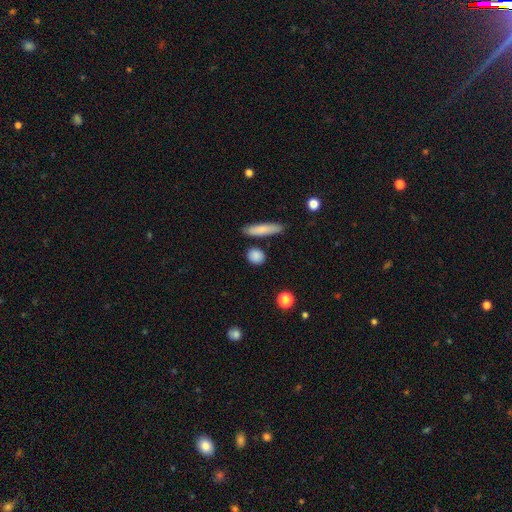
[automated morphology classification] Q: Smooth or featured?
A: smooth (86%); runner-up: star or artifact (8%)
Q: How rounded?
A: round (61%); runner-up: in between (28%)
Q: Merging?
A: none (84%); runner-up: minor disturbance (9%)